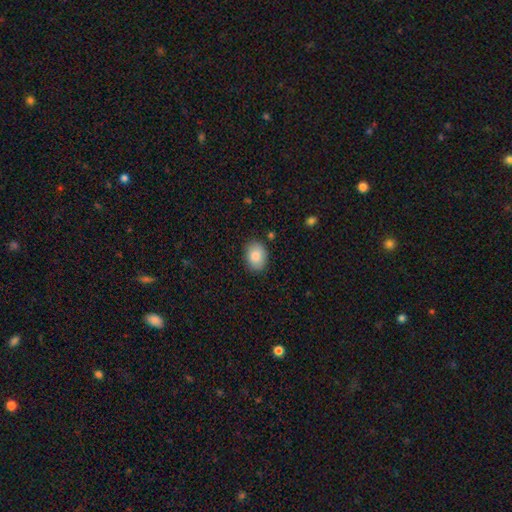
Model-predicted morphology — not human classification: smooth_or_featured: smooth (p=0.85) [alt: star or artifact p=0.07]
how_rounded: in between (p=0.67) [alt: round p=0.32]
merging: none (p=0.85) [alt: minor disturbance p=0.12]